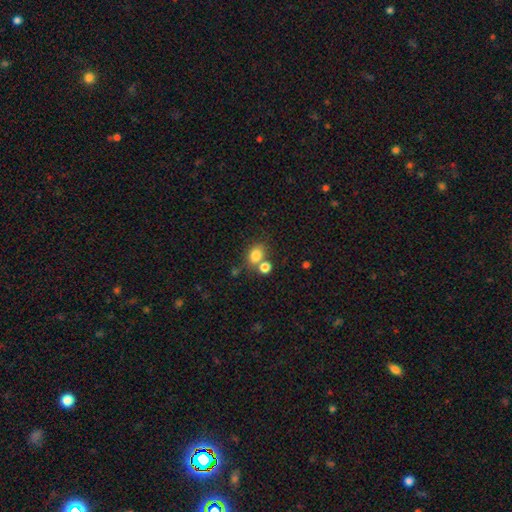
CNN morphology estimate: Smooth or featured?
  - smooth: 81% *
  - star or artifact: 12%
  - featured or disk: 8%
How rounded?
  - in between: 57% *
  - round: 42%
  - cigar-shaped: 1%
Merging?
  - none: 53% *
  - merger: 31%
  - minor disturbance: 11%
  - major disturbance: 5%